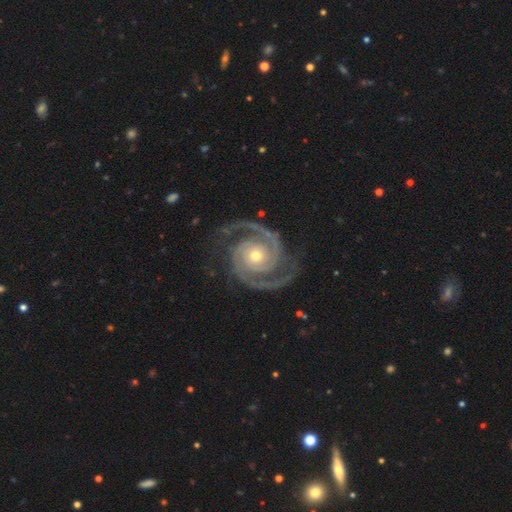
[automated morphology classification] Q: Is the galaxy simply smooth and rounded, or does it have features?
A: featured or disk — 94%.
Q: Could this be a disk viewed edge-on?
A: no — 98%.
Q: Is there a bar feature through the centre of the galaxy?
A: no — 75%.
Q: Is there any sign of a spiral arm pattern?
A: yes — 99%.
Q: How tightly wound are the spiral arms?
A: tight — 61%.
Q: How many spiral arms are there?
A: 2 — 88%.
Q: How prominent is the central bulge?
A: moderate — 53%.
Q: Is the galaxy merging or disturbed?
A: none — 81%.